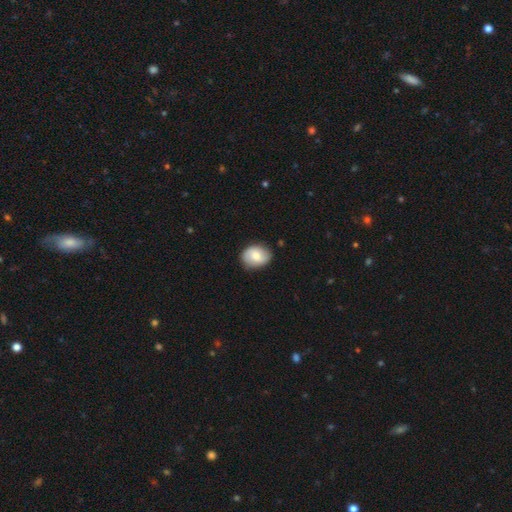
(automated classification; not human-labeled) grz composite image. It shows a smooth galaxy with no disk features (62%) that is in between round and cigar-shaped (56%). Merging: none (81%).